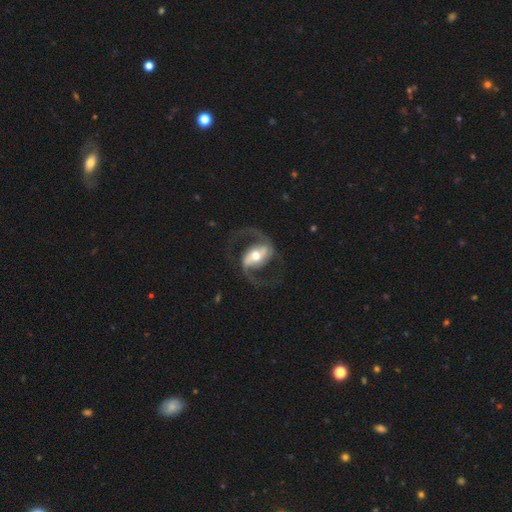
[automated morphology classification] featured or disk 91%, smooth 5%, star or artifact 4%. Down the decision tree: edge-on disk — no (97%); bar — strong (53%); spiral arms — yes (97%); spiral arm count — 2 (94%); spiral winding — medium (54%); bulge size — moderate (66%); merging — none (77%).